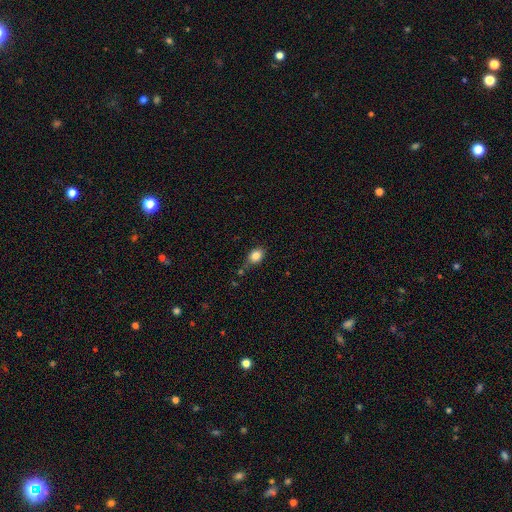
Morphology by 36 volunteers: Volunteers were most divided on "how rounded": in between: 52%, round: 48%, cigar-shaped: 0%. More confident: smooth or featured — smooth (92%); merging — none (68%).